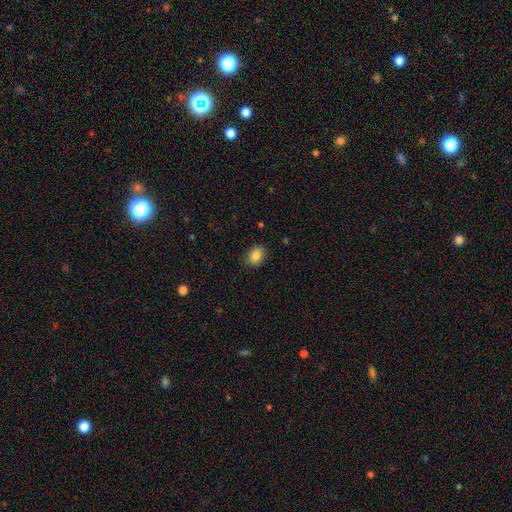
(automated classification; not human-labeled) Smooth or featured: smooth — 86% (star or artifact — 9%)
How rounded: in between — 72% (round — 27%)
Merging: none — 83% (minor disturbance — 13%)